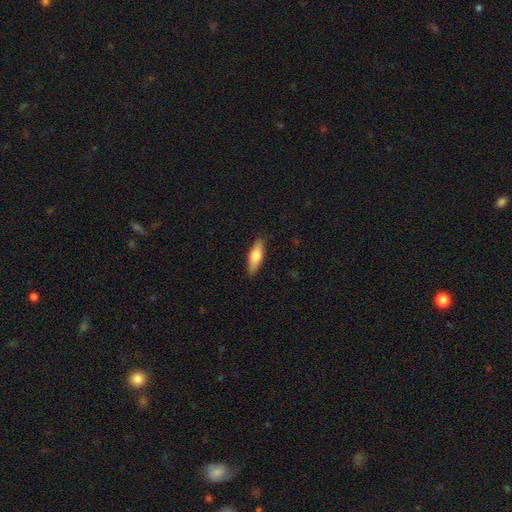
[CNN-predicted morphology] type=smooth (72%); roundness=in between (51%); merging=none (88%).